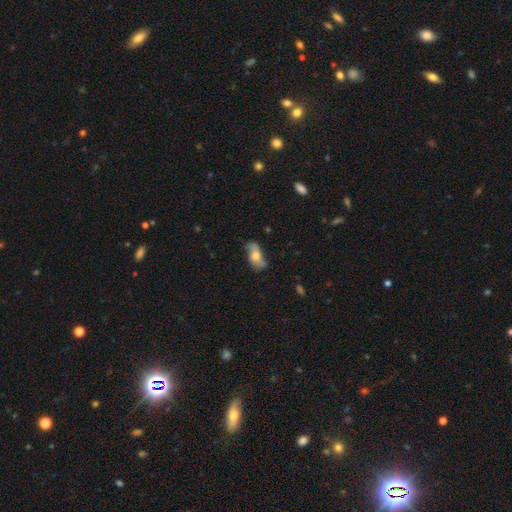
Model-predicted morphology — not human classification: Overall: featured or disk (46%, tied with smooth). Merging: none (60%; minor disturbance 28%).